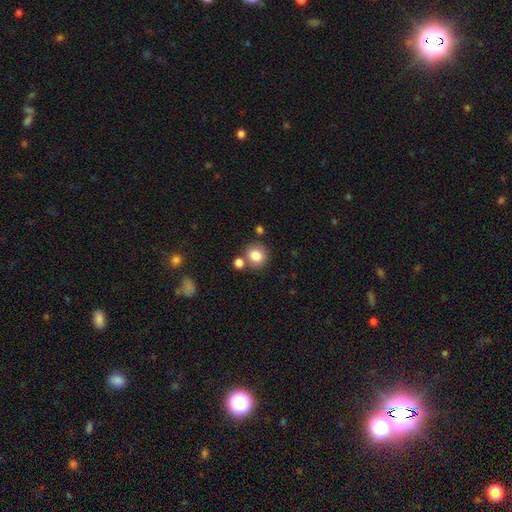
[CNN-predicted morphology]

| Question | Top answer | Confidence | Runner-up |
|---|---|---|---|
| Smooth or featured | smooth | 83% | star or artifact (10%) |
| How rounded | round | 81% | in between (19%) |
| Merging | none | 70% | merger (16%) |